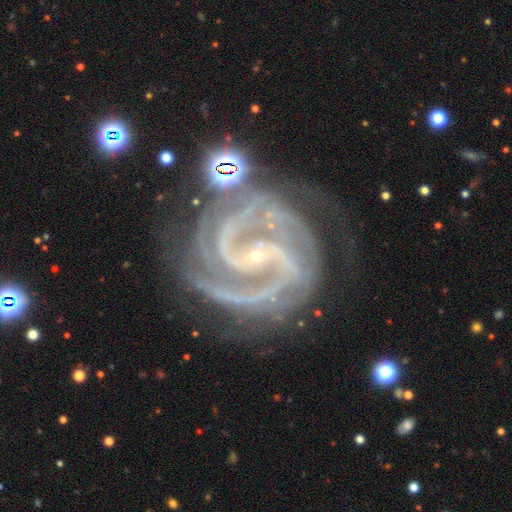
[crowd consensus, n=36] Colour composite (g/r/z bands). It shows a featured or disk galaxy (94%) with no bar (48%), 2 (82%) medium (55%) spiral arms (100%) and a small central bulge (94%). Merging: none (64%).